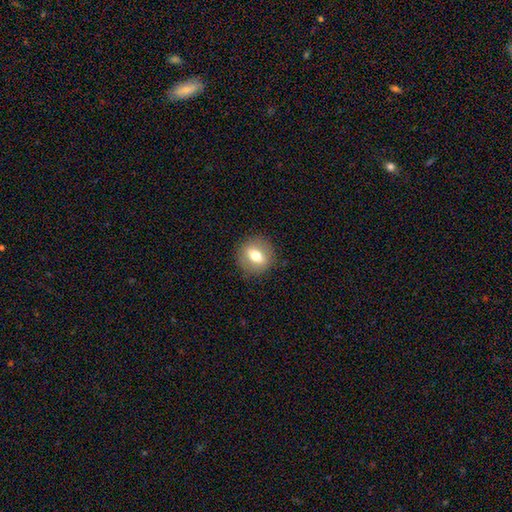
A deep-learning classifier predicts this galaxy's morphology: type=smooth (63%); roundness=round (73%); merging=none (87%).